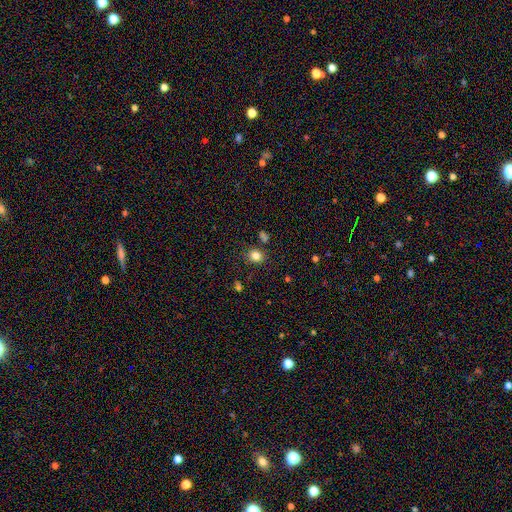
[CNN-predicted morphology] Q: Smooth or featured?
A: smooth (82%); runner-up: star or artifact (13%)
Q: How rounded?
A: round (74%); runner-up: in between (25%)
Q: Merging?
A: none (83%); runner-up: minor disturbance (10%)